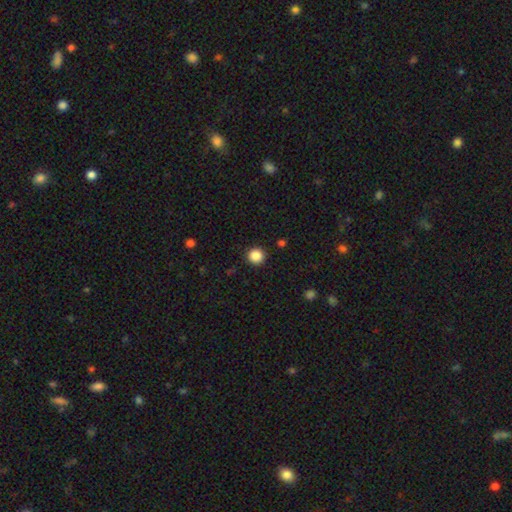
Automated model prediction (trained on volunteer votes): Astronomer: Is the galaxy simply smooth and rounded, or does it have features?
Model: smooth — 86%.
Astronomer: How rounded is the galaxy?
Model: round — 94%.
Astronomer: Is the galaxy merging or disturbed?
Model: none — 92%.